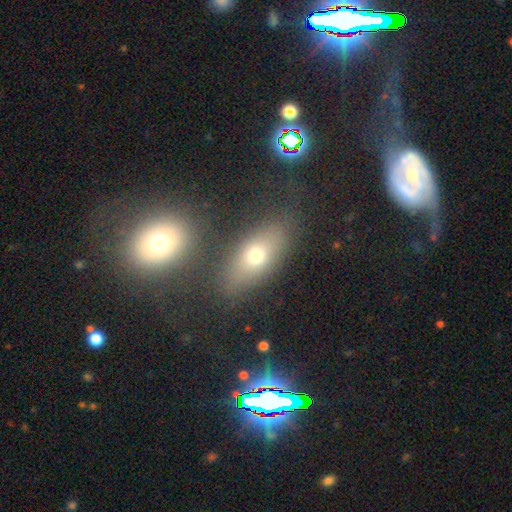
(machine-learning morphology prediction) This is likely a smooth galaxy (66%). How rounded: likely in between (75%). Merging: likely none (73%).